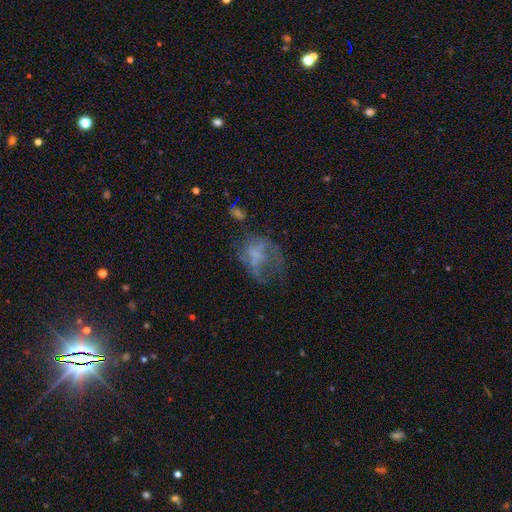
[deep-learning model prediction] Smooth or featured: featured or disk — 49% (smooth — 34%)
Merging: major disturbance — 42% (none — 32%)